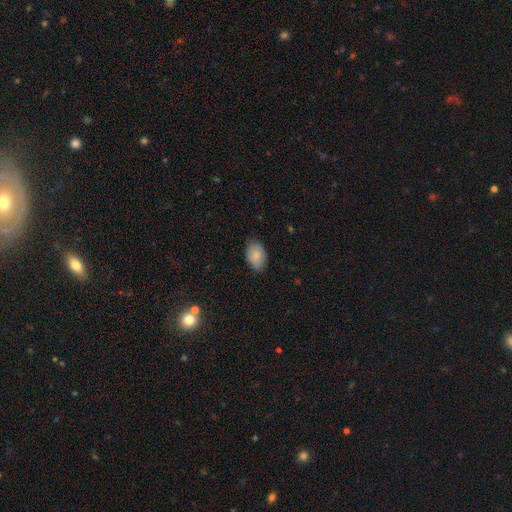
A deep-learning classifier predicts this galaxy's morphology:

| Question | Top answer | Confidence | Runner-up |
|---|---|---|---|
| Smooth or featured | smooth | 86% | featured or disk (7%) |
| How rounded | in between | 89% | round (10%) |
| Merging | none | 81% | minor disturbance (15%) |